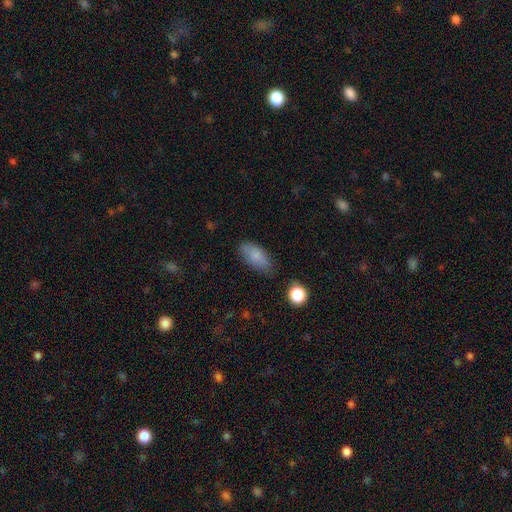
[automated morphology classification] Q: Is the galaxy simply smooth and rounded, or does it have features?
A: smooth — 83%.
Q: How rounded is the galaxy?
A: in between — 88%.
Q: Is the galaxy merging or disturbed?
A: none — 74%.